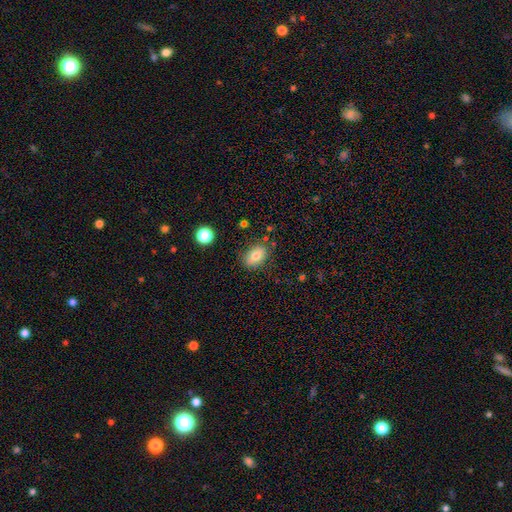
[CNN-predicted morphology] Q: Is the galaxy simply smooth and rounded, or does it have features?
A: smooth — 77%.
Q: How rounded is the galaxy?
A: in between — 84%.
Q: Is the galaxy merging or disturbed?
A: none — 80%.